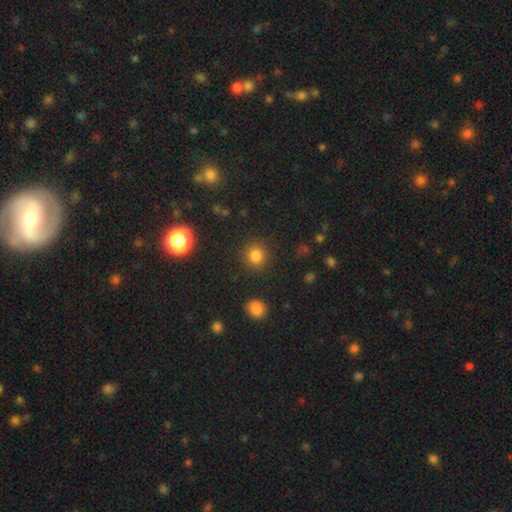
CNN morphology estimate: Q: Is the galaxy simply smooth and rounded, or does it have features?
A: smooth — 80%.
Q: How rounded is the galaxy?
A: round — 89%.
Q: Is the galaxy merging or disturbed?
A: none — 89%.